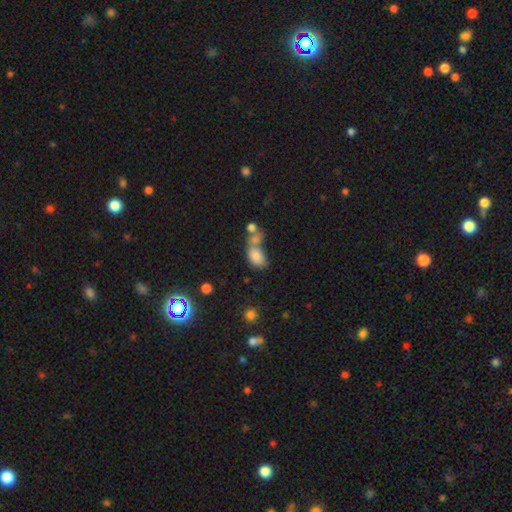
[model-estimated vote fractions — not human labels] smooth-or-featured: smooth: 78% | featured or disk: 12% | star or artifact: 11%
  how-rounded: in between: 87% | round: 10% | cigar-shaped: 2%
  merging: merger: 54% | none: 25% | minor disturbance: 12% | major disturbance: 9%